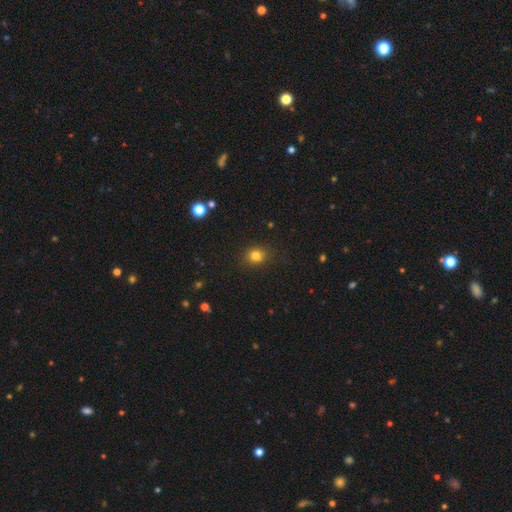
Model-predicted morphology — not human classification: This appears to be a smooth galaxy with no disk features (79%) that is round (76%). Merging: none (81%).